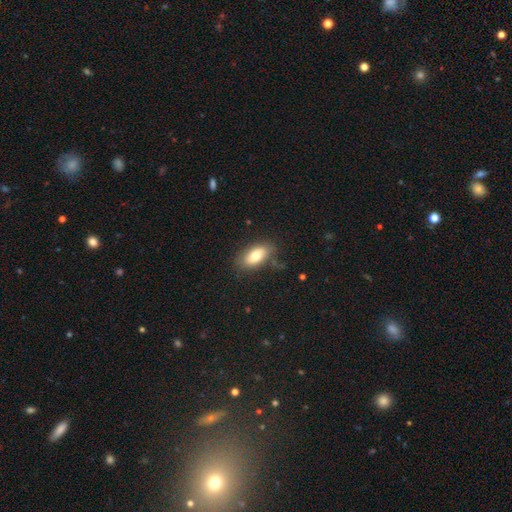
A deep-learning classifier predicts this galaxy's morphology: Smooth or featured? smooth (74%)
How rounded? in between (89%)
Merging? none (77%)